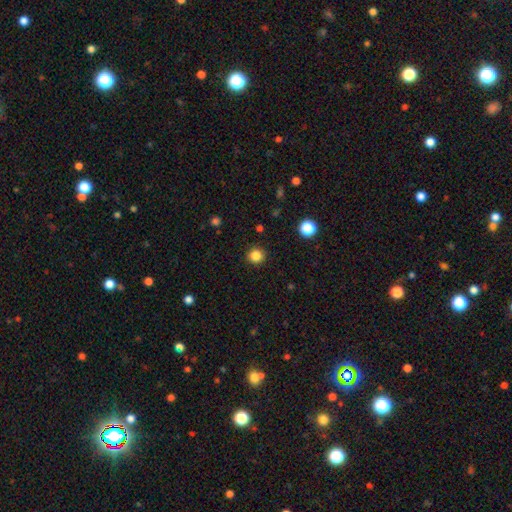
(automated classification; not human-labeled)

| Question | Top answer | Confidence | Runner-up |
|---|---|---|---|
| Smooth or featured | smooth | 84% | star or artifact (12%) |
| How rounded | round | 93% | in between (6%) |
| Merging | none | 91% | minor disturbance (6%) |